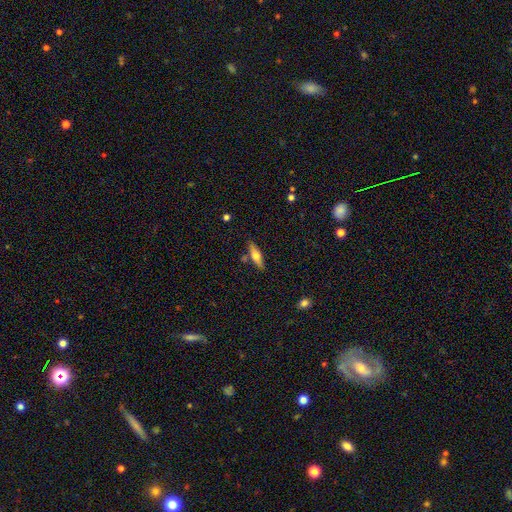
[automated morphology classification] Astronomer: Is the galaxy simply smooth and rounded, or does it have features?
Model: smooth — 55% (runner-up: featured or disk, 39%).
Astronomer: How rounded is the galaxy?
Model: cigar-shaped — 58% (runner-up: in between, 40%).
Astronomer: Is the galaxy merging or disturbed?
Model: none — 79%.